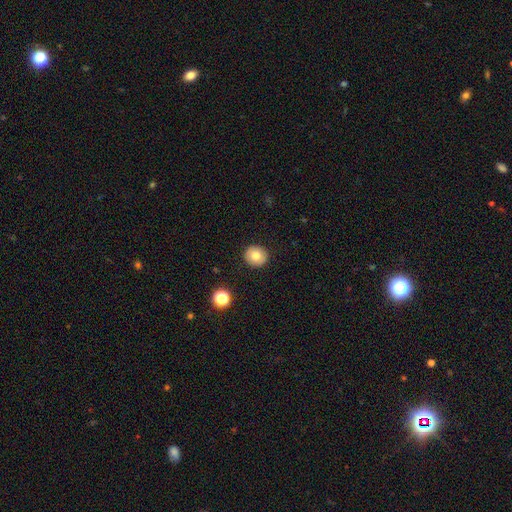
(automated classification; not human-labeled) Smooth or featured? Predicted: smooth (p=0.77). How rounded? Predicted: round (p=0.88). Merging? Predicted: none (p=0.91).